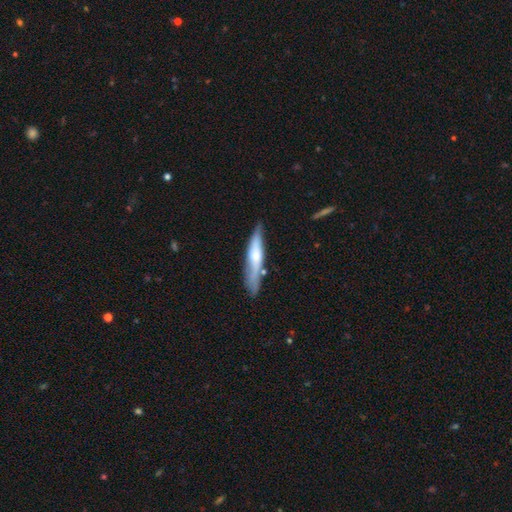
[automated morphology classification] smooth_or_featured: smooth (p=0.49) [alt: featured or disk p=0.45]
merging: none (p=0.69) [alt: minor disturbance p=0.22]